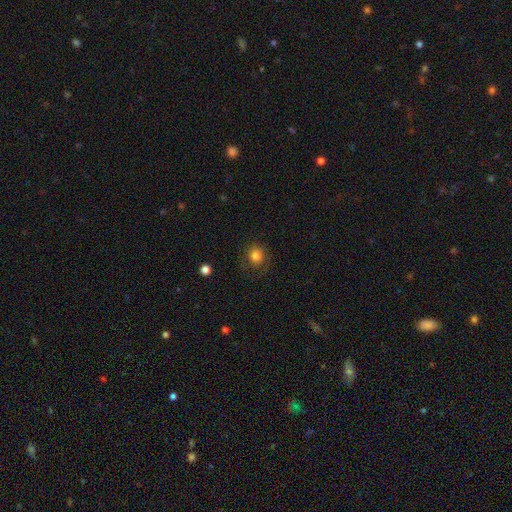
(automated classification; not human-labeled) smooth 82%, star or artifact 11%, featured or disk 7%. Down the decision tree: how rounded — round (87%); merging — none (78%).